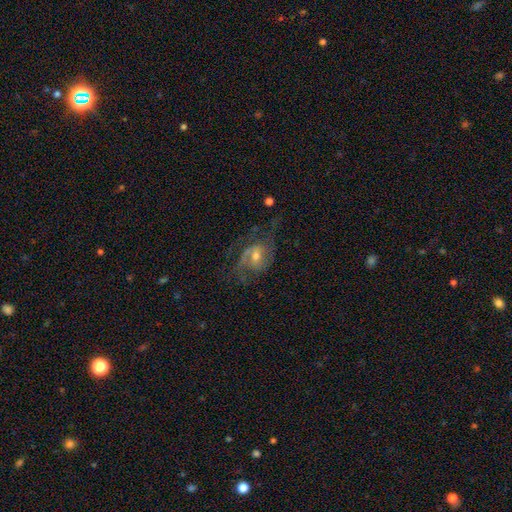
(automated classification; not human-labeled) Smooth or featured: featured or disk — 73% (smooth — 19%)
Edge-on disk: no — 96% (yes — 4%)
Bar: no — 55% (weak — 37%)
Spiral arms: yes — 86% (no — 14%)
Spiral winding: medium — 46% (loose — 35%)
Spiral arm count: 2 — 57% (can't tell — 16%)
Bulge size: moderate — 63% (small — 29%)
Merging: none — 49% (major disturbance — 27%)